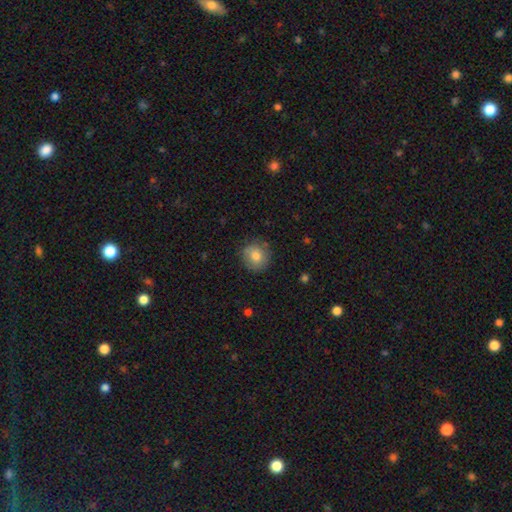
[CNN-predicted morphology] Overall: smooth (78%). How rounded: round (88%). Merging: none (79%).